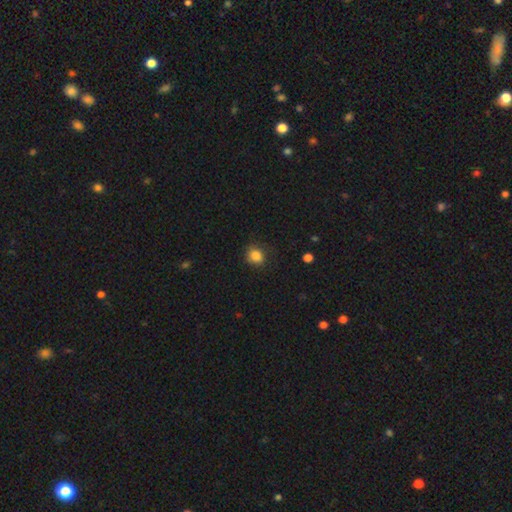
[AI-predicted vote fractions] smooth_or_featured: smooth (p=0.85) [alt: star or artifact p=0.10]
how_rounded: round (p=0.63) [alt: in between p=0.36]
merging: none (p=0.78) [alt: minor disturbance p=0.17]